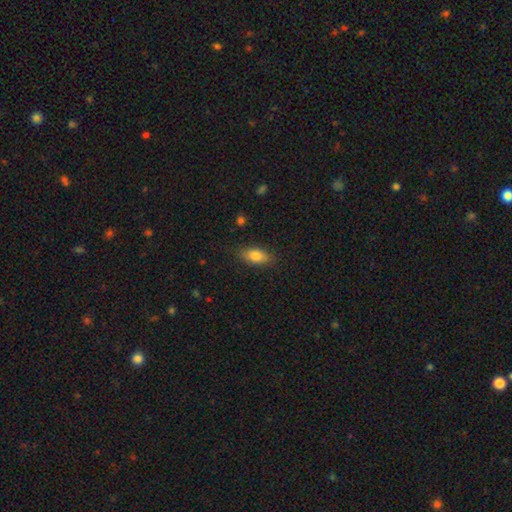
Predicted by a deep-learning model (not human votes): This is clearly a smooth galaxy (82%). How rounded: clearly in between (86%). Merging: clearly none (82%).